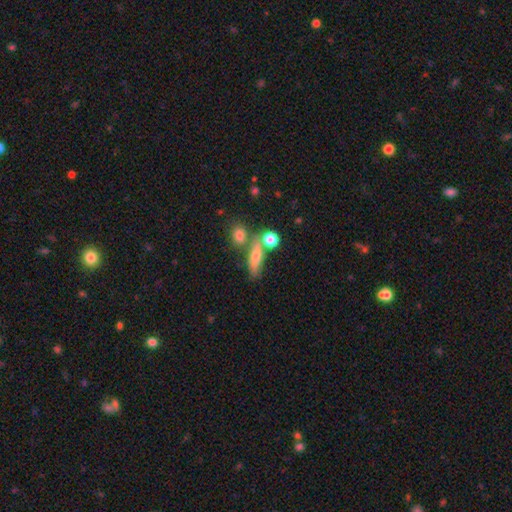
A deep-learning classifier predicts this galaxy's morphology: A smooth galaxy with no disk features (67%) that is cigar-shaped (47%).

Vote fractions:
- Smooth or featured? smooth: 67% / featured or disk: 22% / star or artifact: 11%
- How rounded? cigar-shaped: 47% / in between: 39% / round: 14%
- Merging? none: 58% / merger: 22% / minor disturbance: 13% / major disturbance: 6%